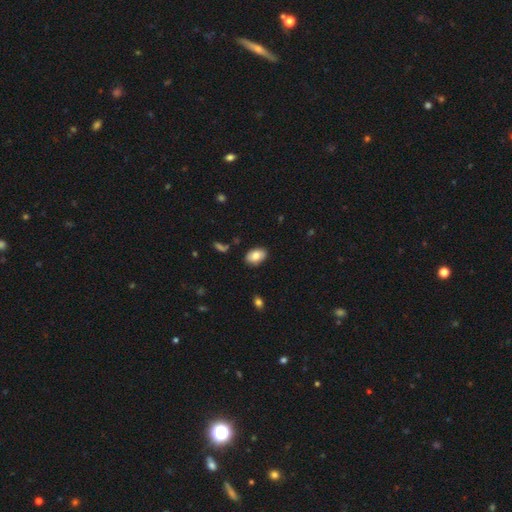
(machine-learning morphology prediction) Smooth or featured? smooth (80%)
How rounded? in between (91%)
Merging? none (86%)